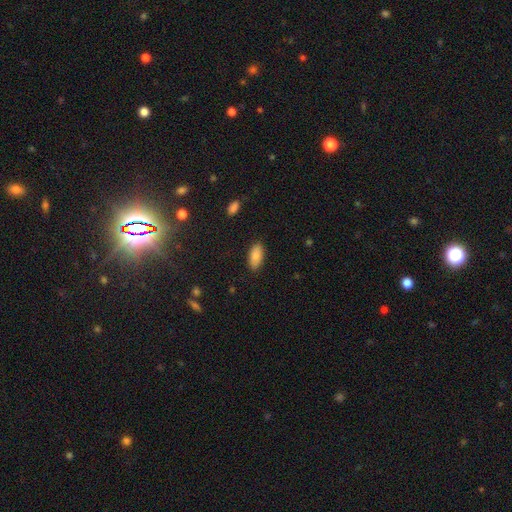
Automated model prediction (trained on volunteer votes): smooth_or_featured: smooth (p=0.85) [alt: featured or disk p=0.08]
how_rounded: in between (p=0.90) [alt: cigar-shaped p=0.08]
merging: none (p=0.87) [alt: minor disturbance p=0.10]